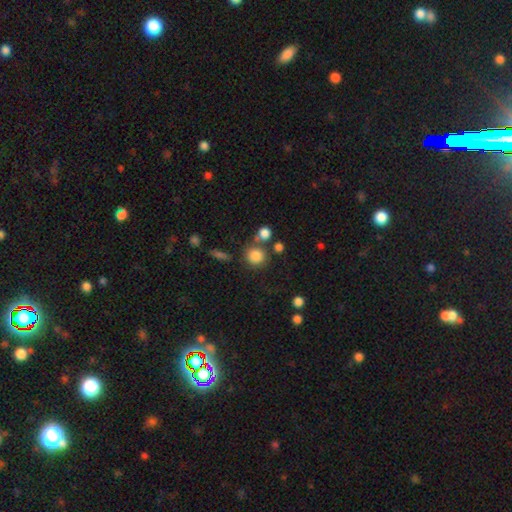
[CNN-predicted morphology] type=smooth (83%); roundness=round (89%); merging=none (70%).